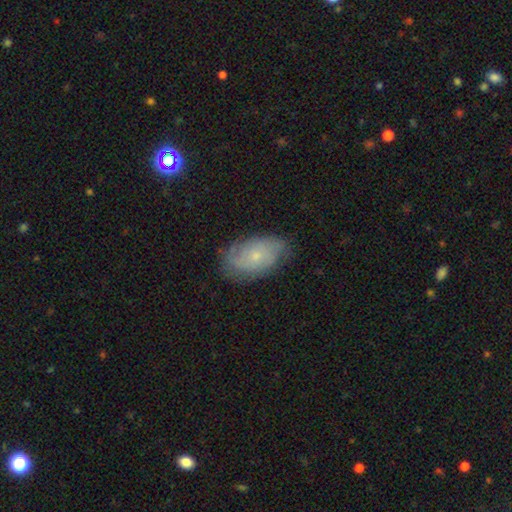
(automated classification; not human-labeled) This appears to be a featured or disk galaxy (53%). Merging: none (73%).